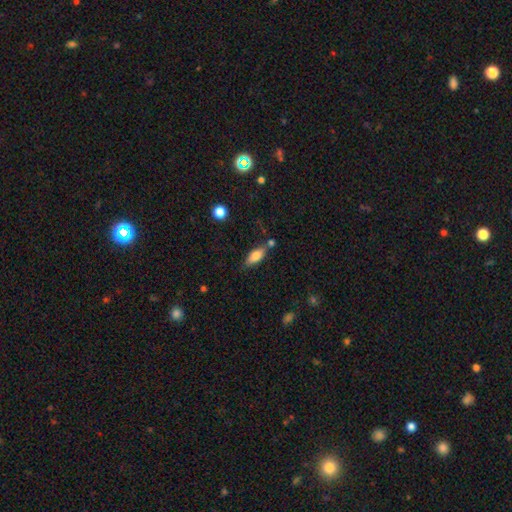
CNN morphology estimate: Smooth or featured?
  - smooth: 75% *
  - featured or disk: 18%
  - star or artifact: 7%
How rounded?
  - in between: 77% *
  - cigar-shaped: 20%
  - round: 3%
Merging?
  - none: 68% *
  - minor disturbance: 17%
  - merger: 11%
  - major disturbance: 4%